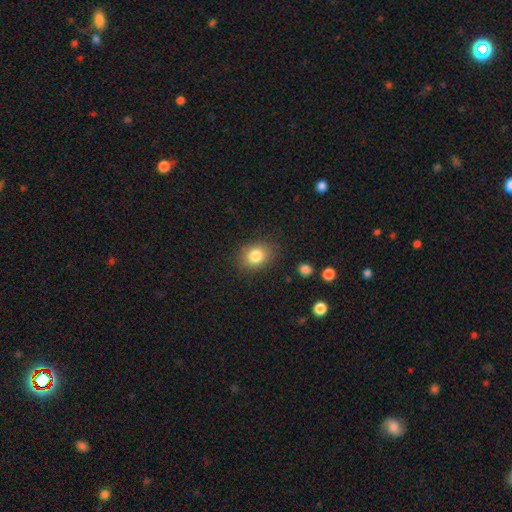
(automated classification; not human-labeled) Smooth or featured?
  - smooth: 83% *
  - star or artifact: 10%
  - featured or disk: 8%
How rounded?
  - in between: 50% *
  - round: 49%
  - cigar-shaped: 1%
Merging?
  - none: 83% *
  - minor disturbance: 12%
  - major disturbance: 4%
  - merger: 2%